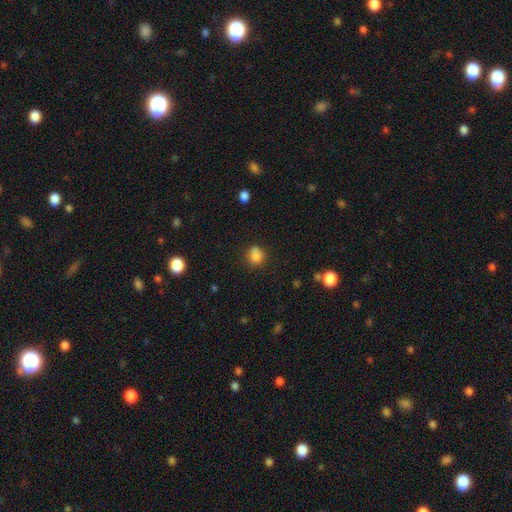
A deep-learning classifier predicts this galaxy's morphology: This is clearly a smooth galaxy (81%). How rounded: likely round (76%). Merging: likely none (71%).